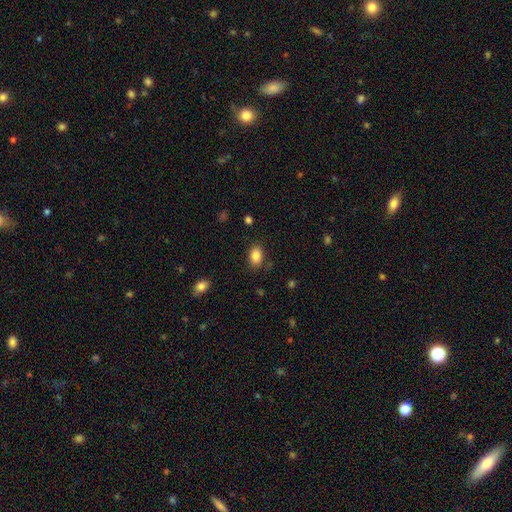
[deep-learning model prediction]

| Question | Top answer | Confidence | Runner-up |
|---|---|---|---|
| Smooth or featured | smooth | 86% | star or artifact (9%) |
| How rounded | in between | 82% | round (17%) |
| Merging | none | 81% | minor disturbance (13%) |